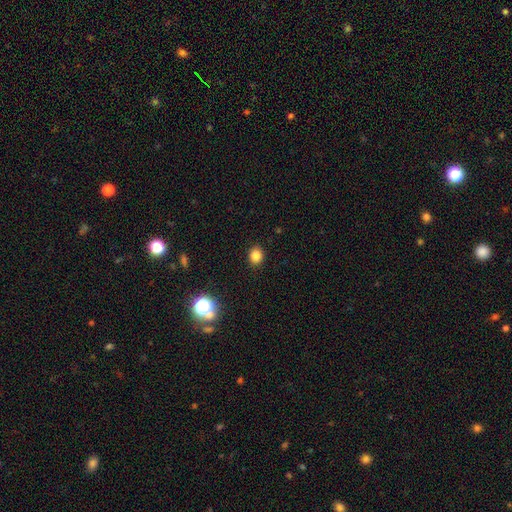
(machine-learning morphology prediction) Smooth or featured?
  - smooth: 83% *
  - star or artifact: 13%
  - featured or disk: 4%
How rounded?
  - round: 67% *
  - in between: 32%
  - cigar-shaped: 1%
Merging?
  - none: 90% *
  - minor disturbance: 7%
  - major disturbance: 2%
  - merger: 1%